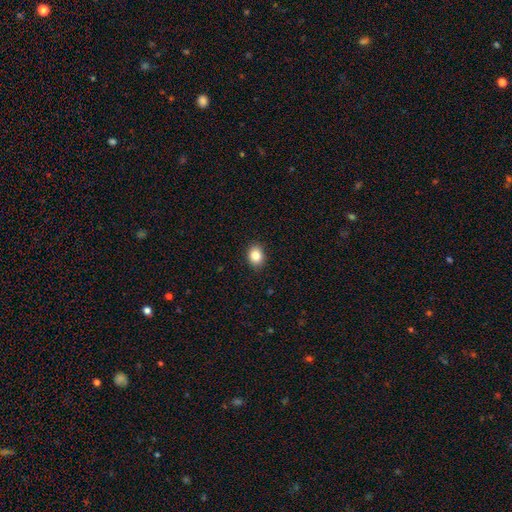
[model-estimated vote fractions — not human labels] This is clearly a smooth galaxy (86%). How rounded: possibly in between (53%). Merging: clearly none (89%).